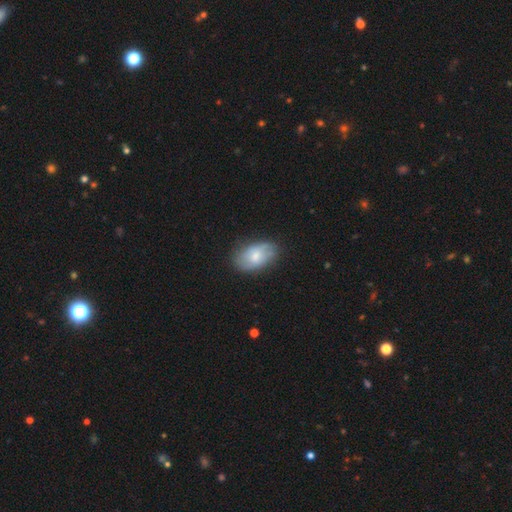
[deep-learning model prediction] A smooth galaxy with no disk features (60%) that is in between round and cigar-shaped (91%). Merging: none (72%).